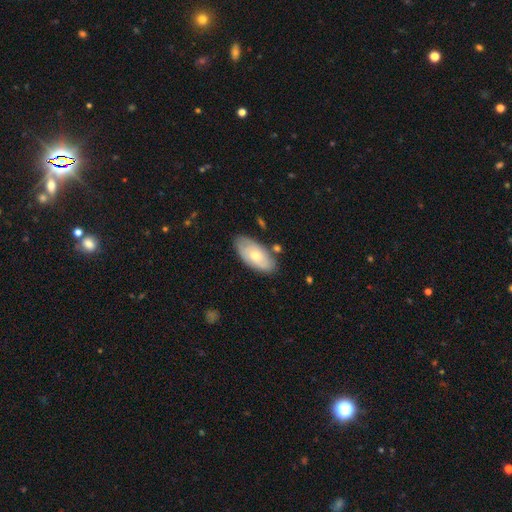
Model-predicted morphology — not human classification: type=smooth (56%); roundness=in between (92%); merging=none (76%).